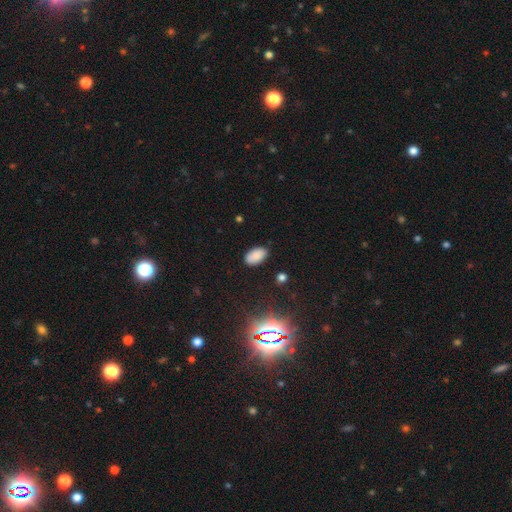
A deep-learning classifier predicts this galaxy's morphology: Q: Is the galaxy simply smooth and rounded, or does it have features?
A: smooth — 84%.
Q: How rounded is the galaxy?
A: in between — 94%.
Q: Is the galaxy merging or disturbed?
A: none — 84%.